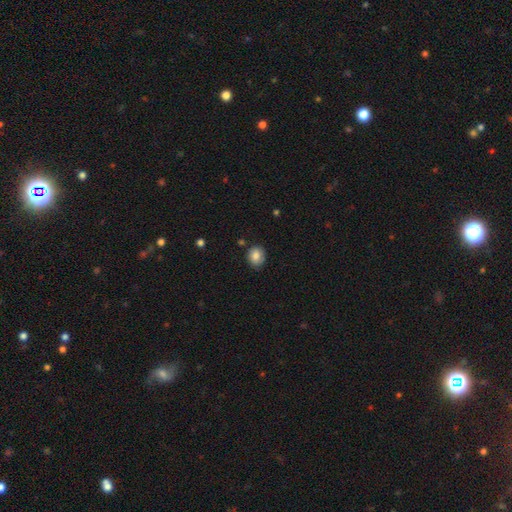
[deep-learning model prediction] smooth_or_featured: smooth (p=0.82) [alt: featured or disk p=0.10]
how_rounded: round (p=0.69) [alt: in between p=0.30]
merging: none (p=0.78) [alt: minor disturbance p=0.16]